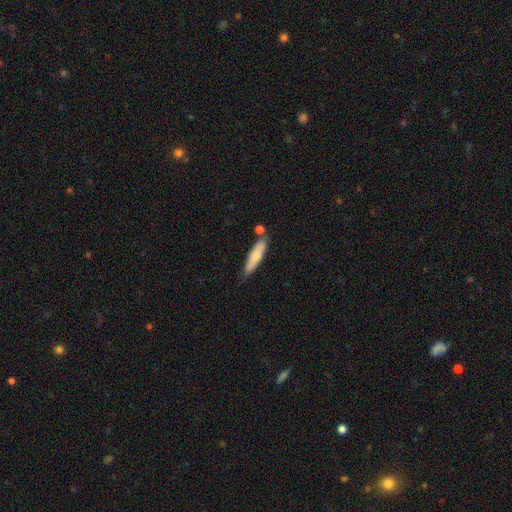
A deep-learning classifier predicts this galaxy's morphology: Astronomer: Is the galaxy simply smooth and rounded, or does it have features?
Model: smooth — 76%.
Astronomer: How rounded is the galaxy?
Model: cigar-shaped — 78%.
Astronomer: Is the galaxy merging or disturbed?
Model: none — 70%.